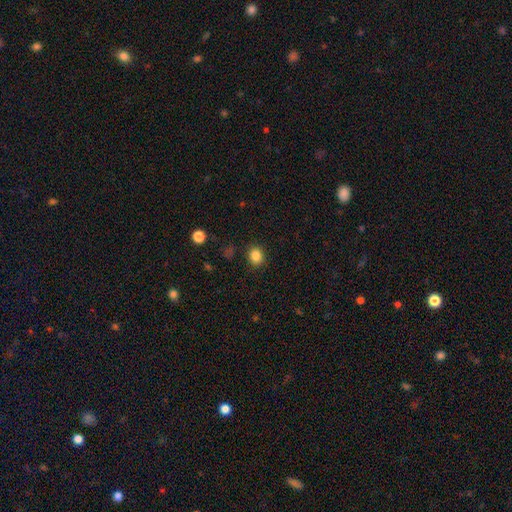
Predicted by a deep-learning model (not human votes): Q: Smooth or featured?
A: smooth (85%); runner-up: star or artifact (11%)
Q: How rounded?
A: round (69%); runner-up: in between (30%)
Q: Merging?
A: none (88%); runner-up: minor disturbance (8%)